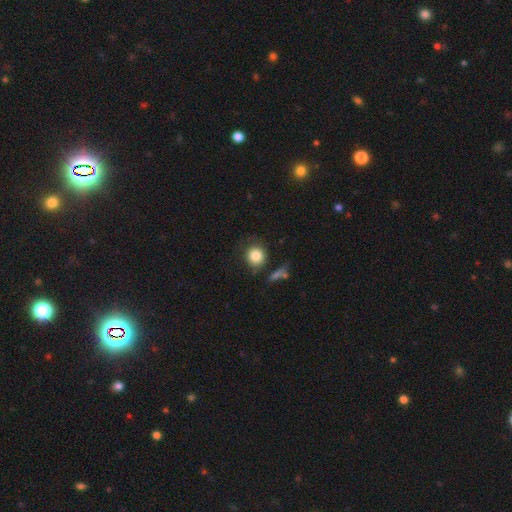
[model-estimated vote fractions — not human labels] smooth 83%, star or artifact 9%, featured or disk 8%. Down the decision tree: how rounded — round (85%); merging — none (73%).